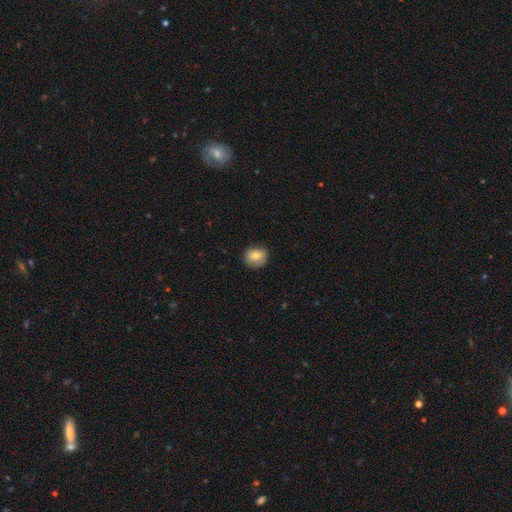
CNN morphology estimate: This appears to be a smooth galaxy with no disk features (74%) that is round (67%). Merging: none (80%).